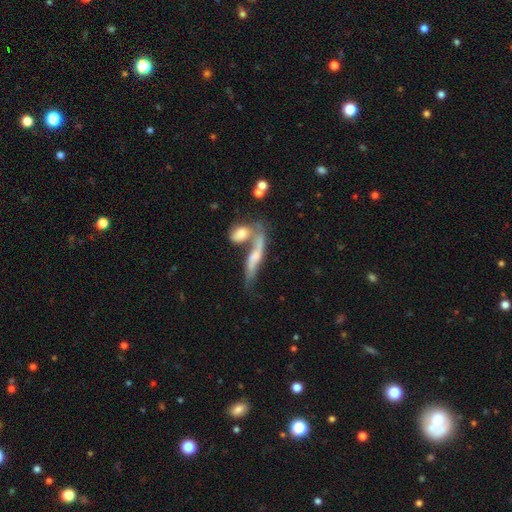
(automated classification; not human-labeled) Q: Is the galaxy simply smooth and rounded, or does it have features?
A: featured or disk — 53%.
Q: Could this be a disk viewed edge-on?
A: yes — 51%.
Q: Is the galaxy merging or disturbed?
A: merger — 43%.